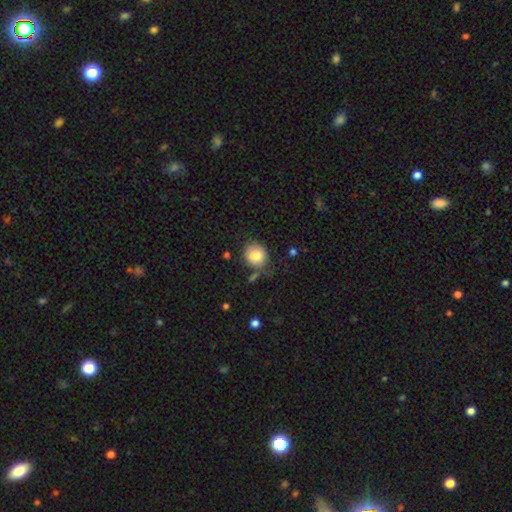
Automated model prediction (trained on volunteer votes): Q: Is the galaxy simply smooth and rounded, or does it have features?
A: smooth — 83%.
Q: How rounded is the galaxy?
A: round — 83%.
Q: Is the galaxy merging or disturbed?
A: none — 74%.